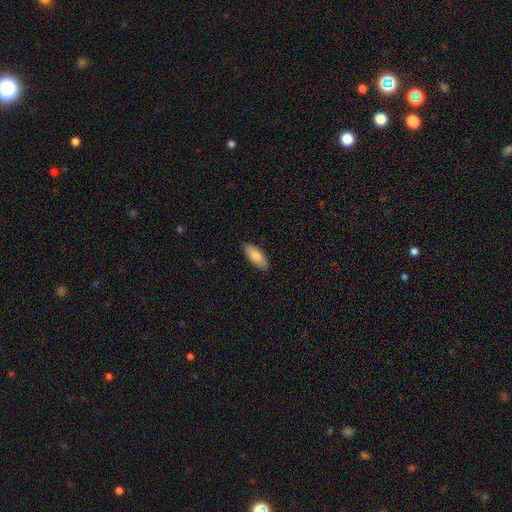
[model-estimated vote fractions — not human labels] smooth-or-featured: smooth: 83% | featured or disk: 11% | star or artifact: 6%
  how-rounded: in between: 78% | cigar-shaped: 20% | round: 2%
  merging: none: 88% | minor disturbance: 9% | major disturbance: 2% | merger: 1%